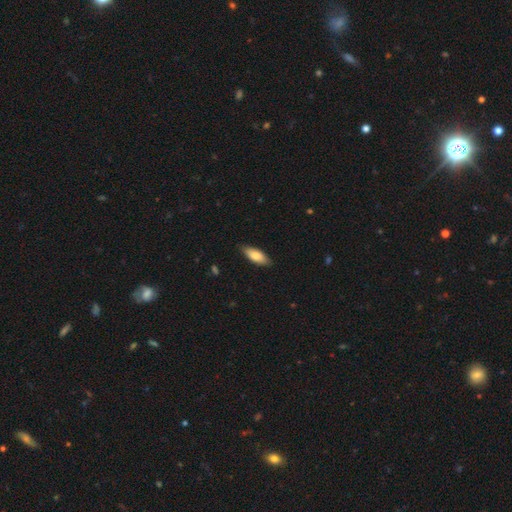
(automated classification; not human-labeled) A smooth galaxy with no disk features (78%) that is in between round and cigar-shaped (73%). Merging: none (84%).